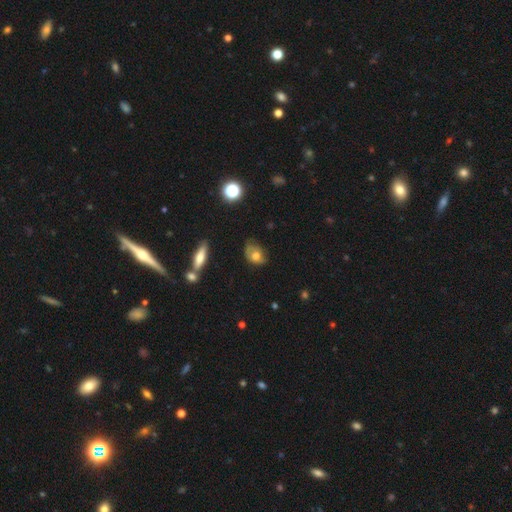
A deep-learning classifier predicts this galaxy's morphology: Smooth or featured: smooth — 69% (featured or disk — 22%)
How rounded: in between — 72% (round — 25%)
Merging: none — 42% (minor disturbance — 37%)